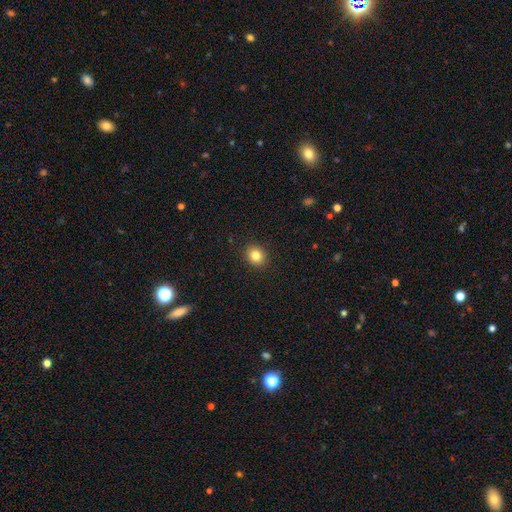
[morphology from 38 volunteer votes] A smooth galaxy with no disk features (84%) that is round (75%).

Vote fractions:
- Smooth or featured? smooth: 84% / featured or disk: 13% / star or artifact: 3%
- How rounded? round: 75% / in between: 25% / cigar-shaped: 0%
- Merging? none: 92% / minor disturbance: 8% / major disturbance: 0% / merger: 0%